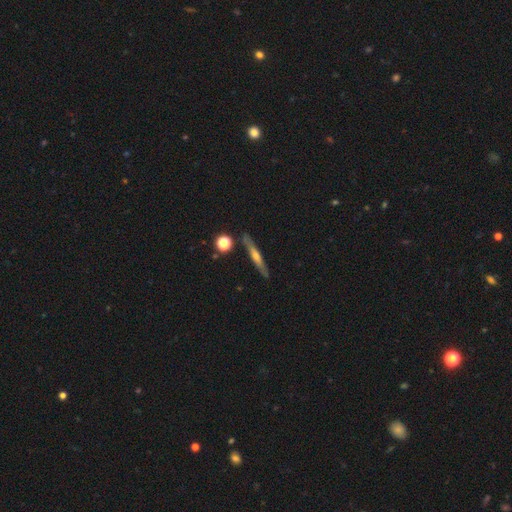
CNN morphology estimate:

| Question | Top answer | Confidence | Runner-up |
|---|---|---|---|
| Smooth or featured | featured or disk | 65% | smooth (28%) |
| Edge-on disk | yes | 95% | no (5%) |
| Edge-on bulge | rounded | 79% | none (17%) |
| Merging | none | 88% | minor disturbance (8%) |